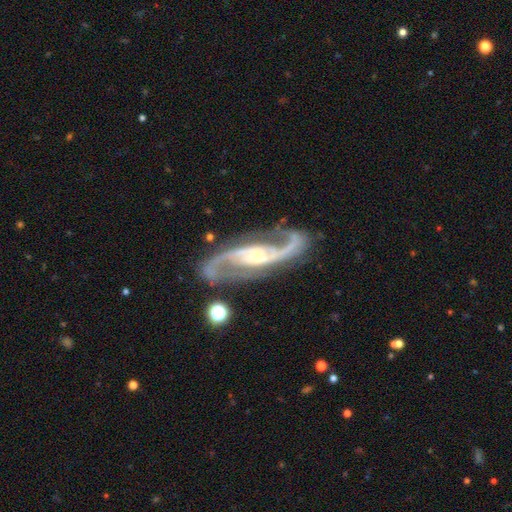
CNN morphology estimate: Smooth or featured? Predicted: featured or disk (p=0.94). Edge-on disk? Predicted: no (p=0.96). Bar? Predicted: weak (p=0.37). Spiral arms? Predicted: yes (p=0.99). Spiral winding? Predicted: medium (p=0.59). Spiral arm count? Predicted: 2 (p=0.94). Bulge size? Predicted: moderate (p=0.48). Merging? Predicted: none (p=0.80).